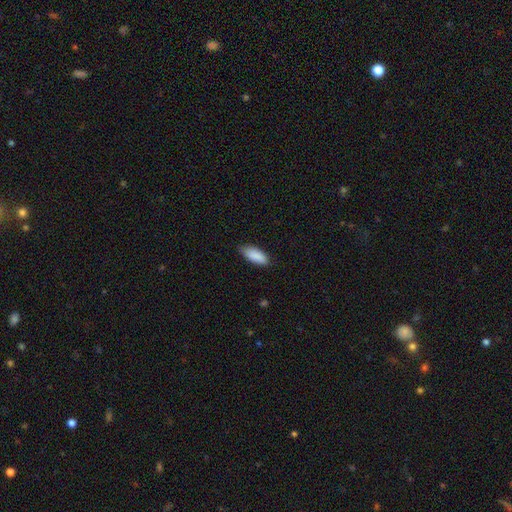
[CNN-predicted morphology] smooth 90%, star or artifact 6%, featured or disk 4%. Down the decision tree: how rounded — in between (80%); merging — none (78%).